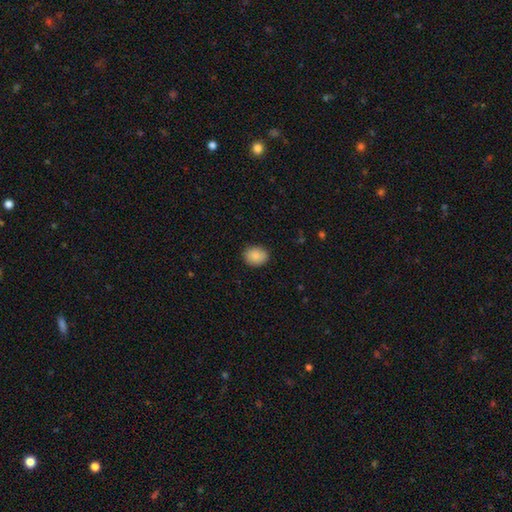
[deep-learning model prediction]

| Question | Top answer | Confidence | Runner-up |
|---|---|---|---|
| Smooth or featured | smooth | 88% | star or artifact (8%) |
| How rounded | in between | 50% | round (49%) |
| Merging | none | 87% | minor disturbance (9%) |